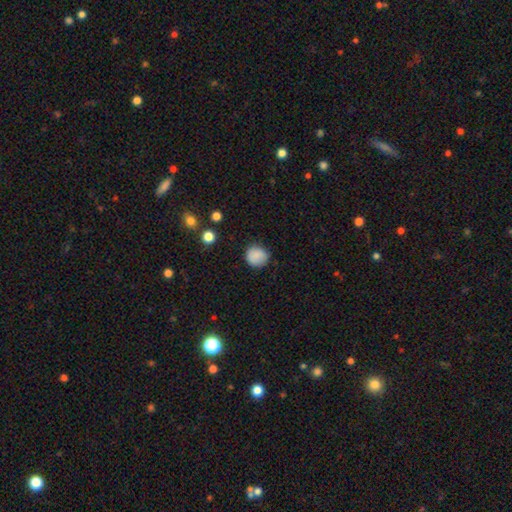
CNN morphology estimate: This appears to be a smooth galaxy with no disk features (86%) that is round (90%). Merging: none (83%).